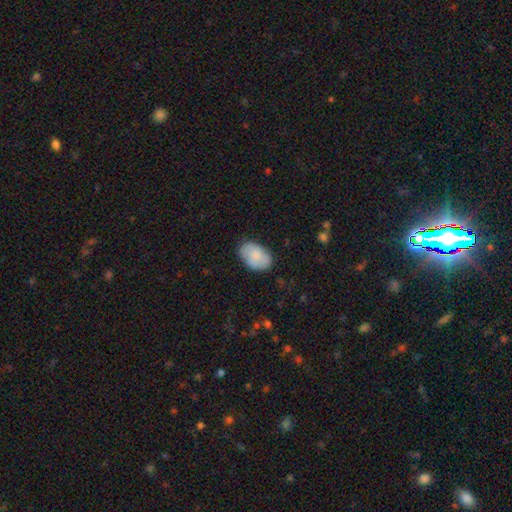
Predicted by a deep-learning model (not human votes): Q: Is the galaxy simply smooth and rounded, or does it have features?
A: smooth — 74%.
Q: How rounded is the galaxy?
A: in between — 89%.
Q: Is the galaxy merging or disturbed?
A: none — 77%.